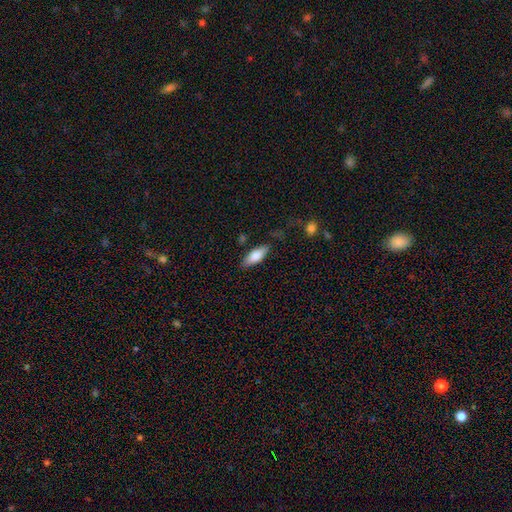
Smooth or featured?
  - smooth: 81% *
  - featured or disk: 14%
  - star or artifact: 6%
How rounded?
  - in between: 76% *
  - cigar-shaped: 24%
  - round: 0%
Merging?
  - none: 82% *
  - minor disturbance: 15%
  - merger: 3%
  - major disturbance: 0%